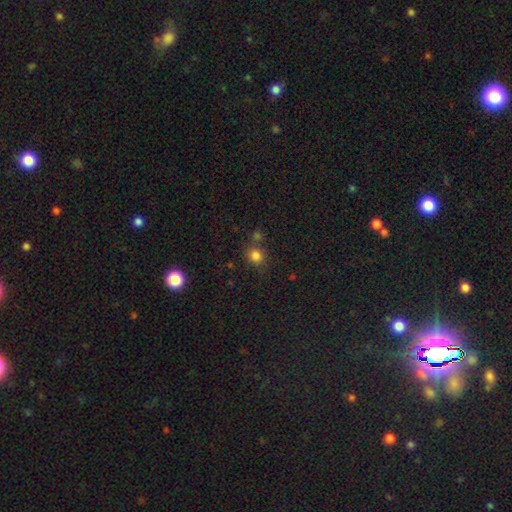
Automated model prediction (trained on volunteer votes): A smooth galaxy with no disk features (81%) that is round (78%). Merging: none (69%).